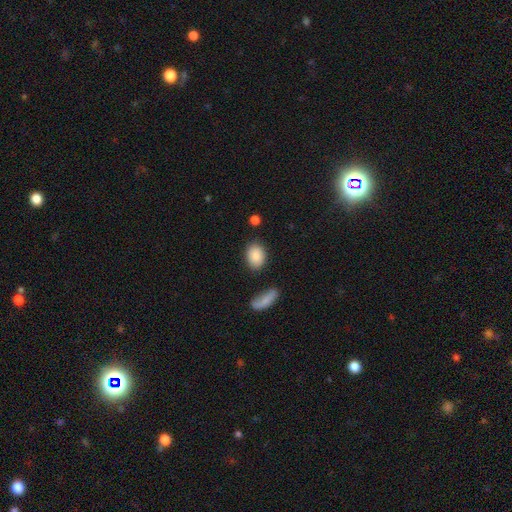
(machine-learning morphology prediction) Smooth or featured: smooth — 87% (star or artifact — 7%)
How rounded: in between — 74% (round — 24%)
Merging: none — 81% (minor disturbance — 12%)